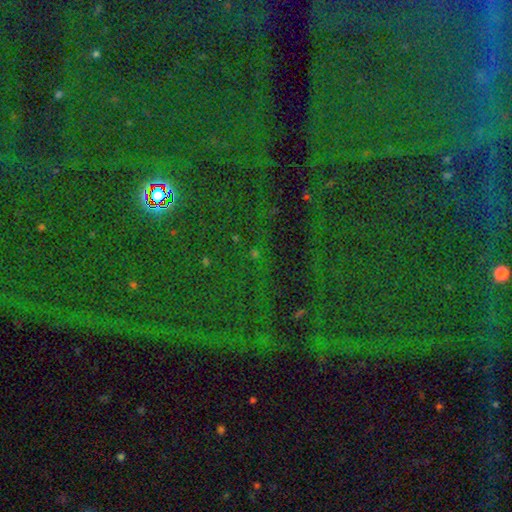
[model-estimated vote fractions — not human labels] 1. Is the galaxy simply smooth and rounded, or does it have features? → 84% star or artifact, 9% smooth, 7% featured or disk.